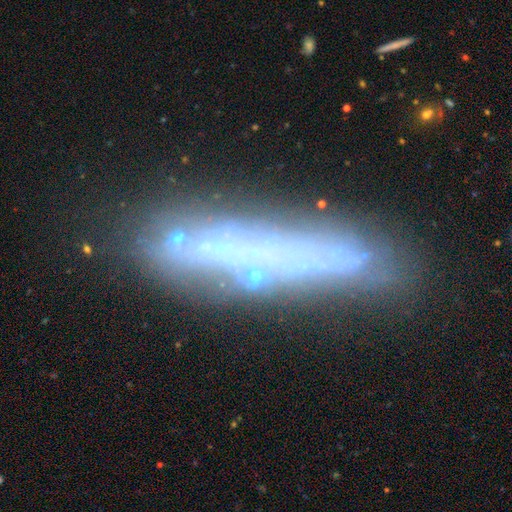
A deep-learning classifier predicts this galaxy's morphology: smooth_or_featured: featured or disk (p=0.51) [alt: smooth p=0.32]
disk_edge_on: yes (p=0.55) [alt: no p=0.45]
merging: none (p=0.68) [alt: minor disturbance p=0.18]